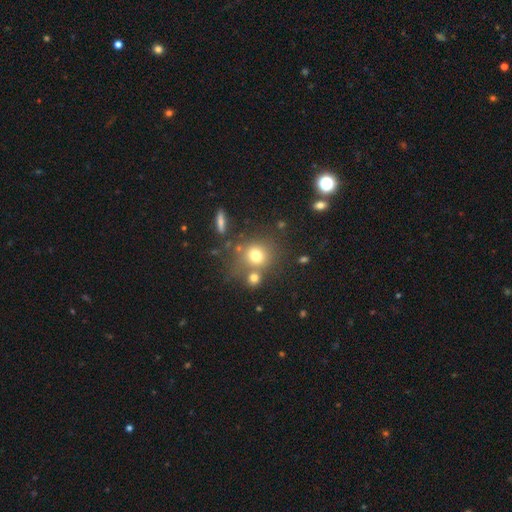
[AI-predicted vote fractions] Overall: smooth (72%). How rounded: round (81%). Merging: none (64%).